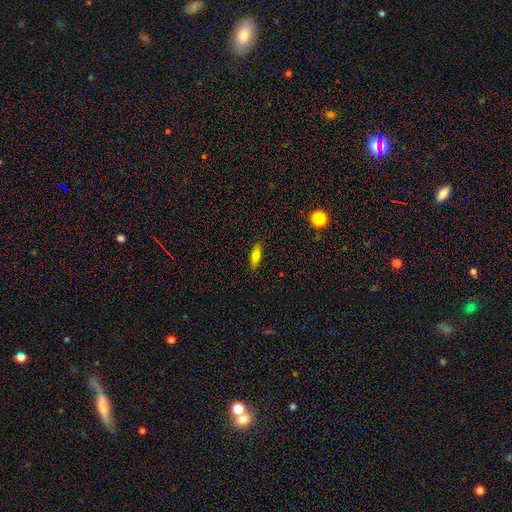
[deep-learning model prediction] Q: Smooth or featured?
A: smooth (72%); runner-up: featured or disk (20%)
Q: How rounded?
A: in between (52%); runner-up: cigar-shaped (45%)
Q: Merging?
A: none (88%); runner-up: minor disturbance (9%)